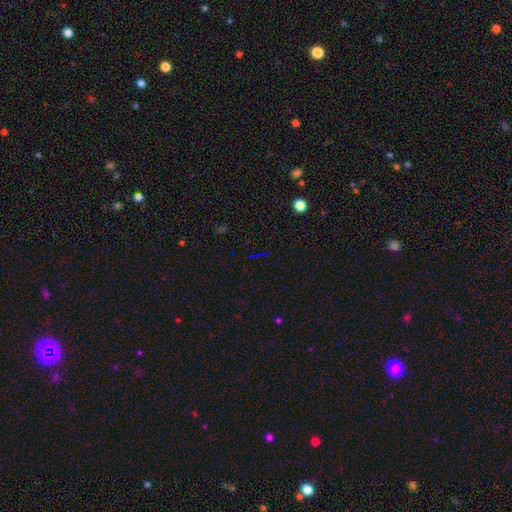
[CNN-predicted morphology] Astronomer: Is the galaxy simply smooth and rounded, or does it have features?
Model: star or artifact — 74%.